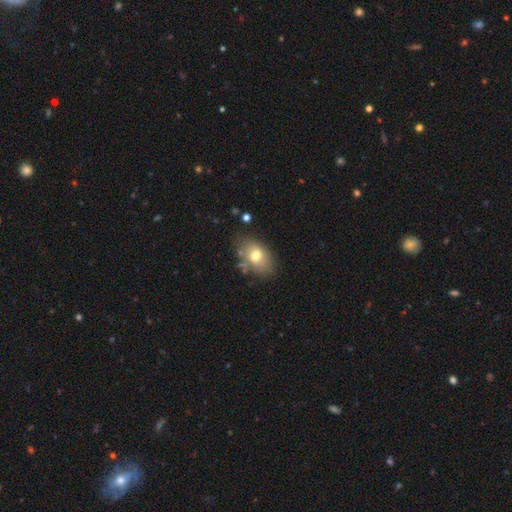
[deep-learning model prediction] A smooth galaxy with no disk features (72%) that is in between round and cigar-shaped (83%).

Vote fractions:
- Smooth or featured? smooth: 72% / featured or disk: 19% / star or artifact: 9%
- How rounded? in between: 83% / round: 16% / cigar-shaped: 1%
- Merging? none: 69% / minor disturbance: 20% / major disturbance: 6% / merger: 5%